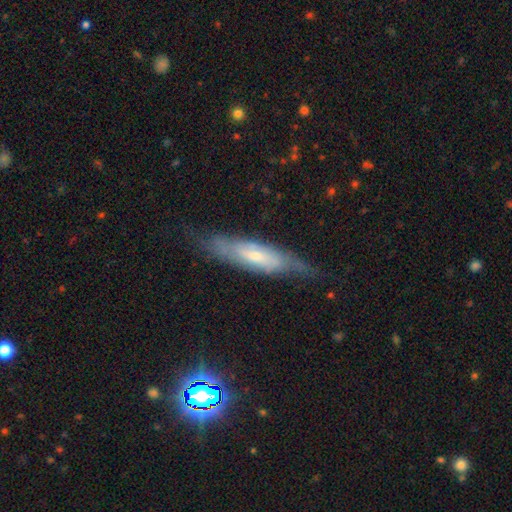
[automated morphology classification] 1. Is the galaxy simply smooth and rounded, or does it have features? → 61% featured or disk, 32% smooth, 7% star or artifact.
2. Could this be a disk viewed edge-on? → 51% yes, 49% no.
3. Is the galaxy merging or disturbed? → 68% none, 22% minor disturbance, 8% major disturbance, 2% merger.